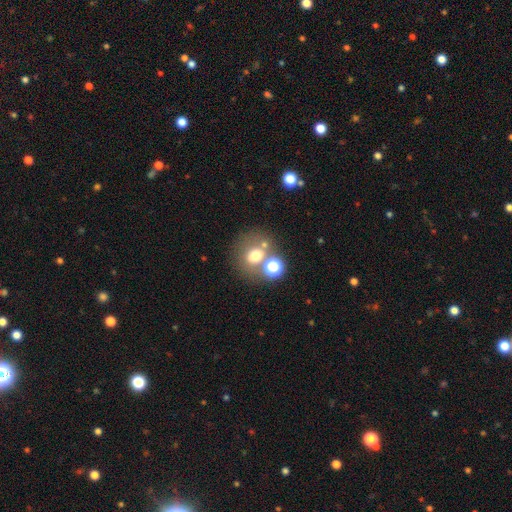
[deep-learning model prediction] Smooth or featured: smooth — 64% (star or artifact — 19%)
How rounded: round — 74% (in between — 25%)
Merging: none — 57% (merger — 25%)